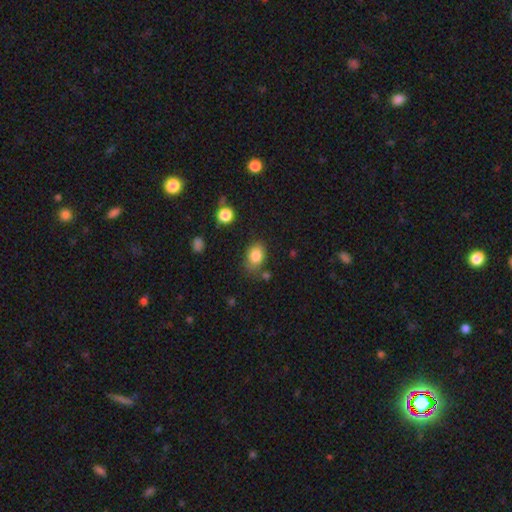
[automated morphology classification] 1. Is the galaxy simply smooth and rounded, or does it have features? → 83% smooth, 9% star or artifact, 7% featured or disk.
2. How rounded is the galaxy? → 72% in between, 27% round, 1% cigar-shaped.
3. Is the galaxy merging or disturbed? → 70% none, 20% minor disturbance, 5% major disturbance, 5% merger.